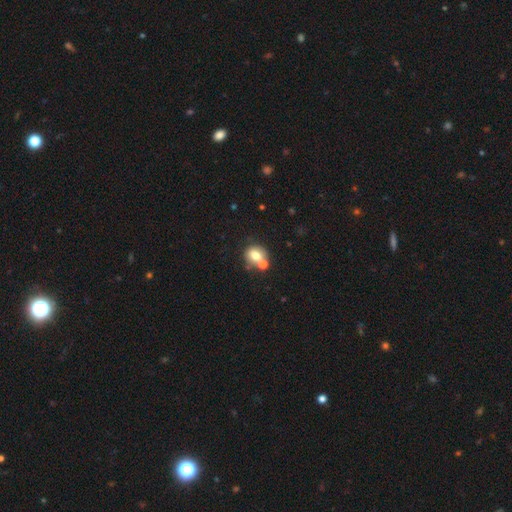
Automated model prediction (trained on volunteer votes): smooth-or-featured: smooth: 73% | featured or disk: 16% | star or artifact: 11%
  how-rounded: round: 75% | in between: 24% | cigar-shaped: 1%
  merging: none: 50% | merger: 33% | minor disturbance: 12% | major disturbance: 5%